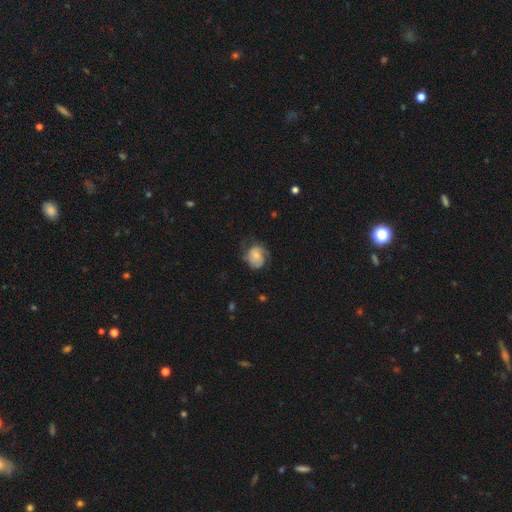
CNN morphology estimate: The model was most divided on "bulge size": small: 49%, moderate: 37%, none: 8%, large: 5%, dominant: 1%. More confident: edge-on disk — no (98%); spiral arms — yes (87%); bar — no (76%); merging — none (56%); smooth or featured — featured or disk (56%).